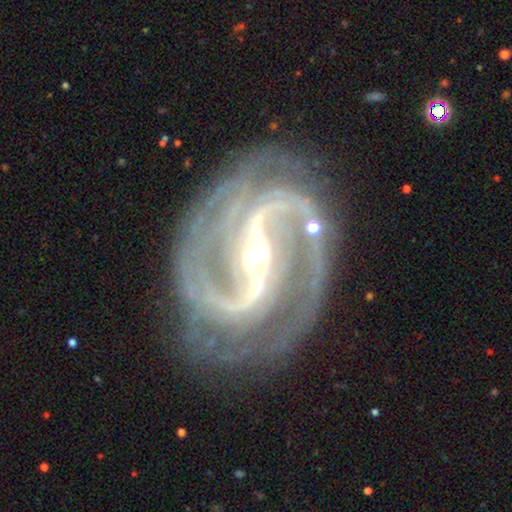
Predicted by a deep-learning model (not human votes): smooth_or_featured: featured or disk (p=0.94) [alt: star or artifact p=0.04]
disk_edge_on: no (p=0.97) [alt: yes p=0.03]
bar: strong (p=0.73) [alt: weak p=0.21]
has_spiral_arms: yes (p=0.99) [alt: no p=0.01]
spiral_winding: medium (p=0.52) [alt: tight p=0.36]
spiral_arm_count: 2 (p=0.58) [alt: 3 p=0.17]
bulge_size: small (p=0.57) [alt: moderate p=0.39]
merging: none (p=0.73) [alt: minor disturbance p=0.16]